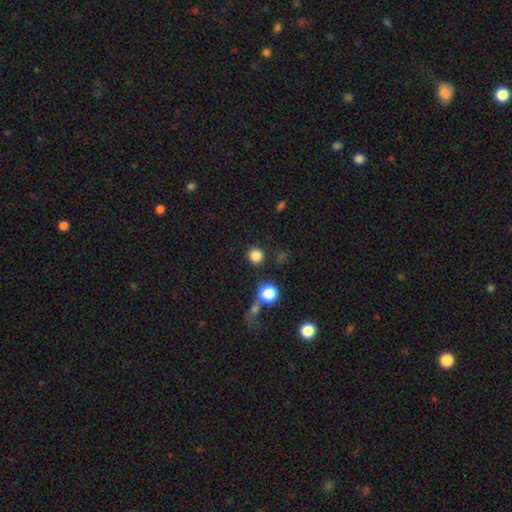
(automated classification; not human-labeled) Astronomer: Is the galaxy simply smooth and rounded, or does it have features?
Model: smooth — 83%.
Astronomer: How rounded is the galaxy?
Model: round — 92%.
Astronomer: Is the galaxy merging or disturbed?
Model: none — 86%.